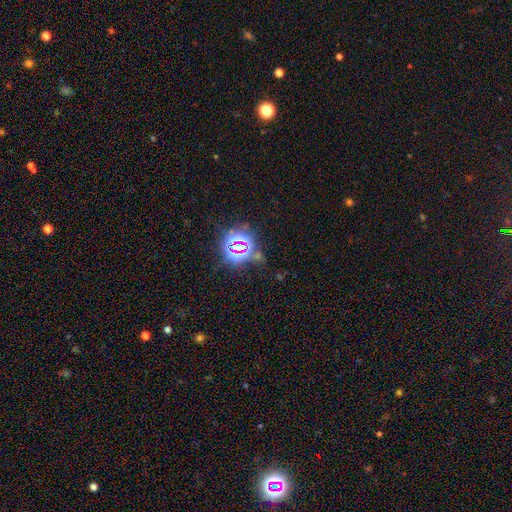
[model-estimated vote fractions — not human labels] The model was most divided on "smooth or featured": star or artifact: 77%, smooth: 14%, featured or disk: 8%.